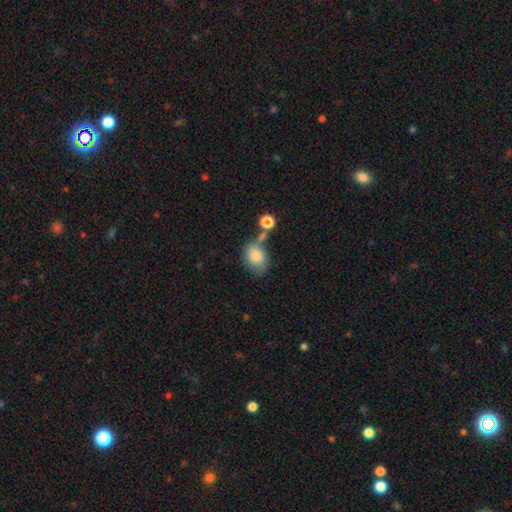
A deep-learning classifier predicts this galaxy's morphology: type=smooth (81%); roundness=in between (70%); merging=none (43%).